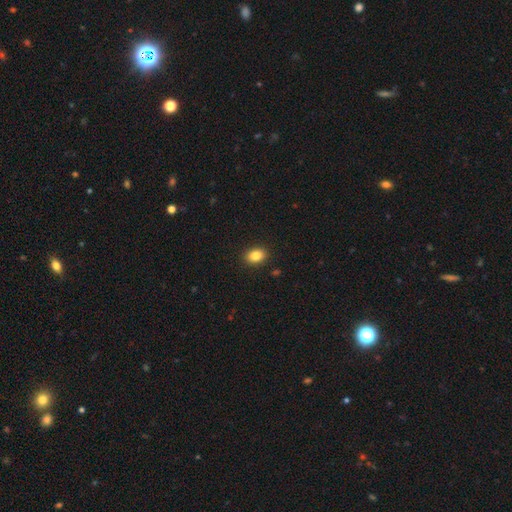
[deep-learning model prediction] Q: Smooth or featured?
A: smooth (84%); runner-up: star or artifact (9%)
Q: How rounded?
A: in between (72%); runner-up: round (27%)
Q: Merging?
A: none (90%); runner-up: minor disturbance (7%)